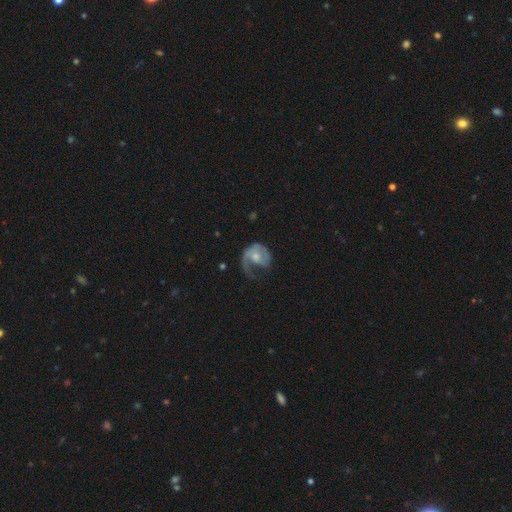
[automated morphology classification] Overall: featured or disk (73%). Edge-on disk: no (98%). Bar: no (69%). Spiral arms: yes (87%). Spiral arm count: 1 (71%). Spiral winding: medium (37%; loose 36%). Bulge size: moderate (51%; small 36%). Merging: major disturbance (42%; none 35%).